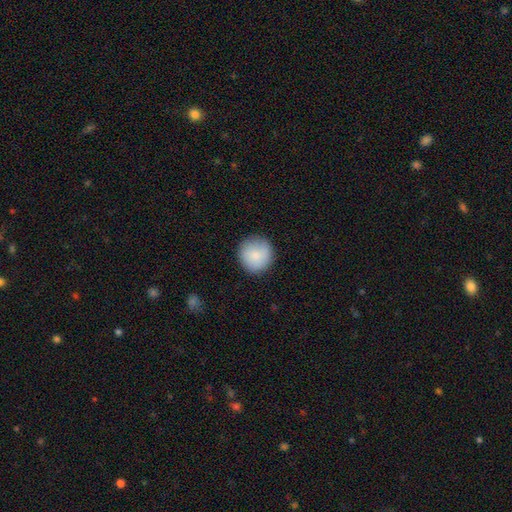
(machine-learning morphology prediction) A smooth galaxy with no disk features (86%) that is round (94%). Merging: none (88%).